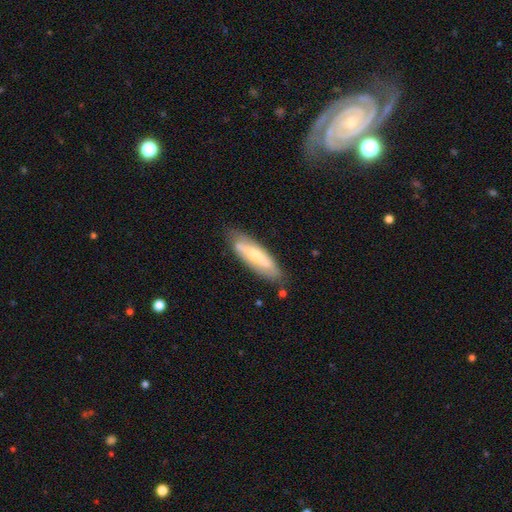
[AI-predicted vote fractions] smooth-or-featured: featured or disk: 51% | smooth: 43% | star or artifact: 6%
  disk-edge-on: no: 60% | yes: 40%
  merging: none: 76% | minor disturbance: 18% | major disturbance: 4% | merger: 2%